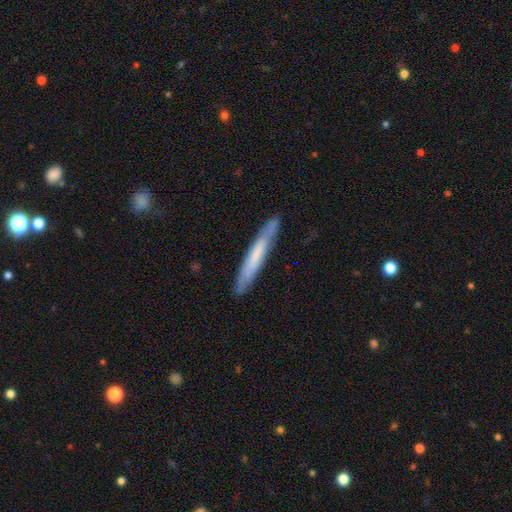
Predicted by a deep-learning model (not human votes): Overall: smooth (56%; featured or disk 39%). How rounded: cigar-shaped (95%). Merging: none (85%).